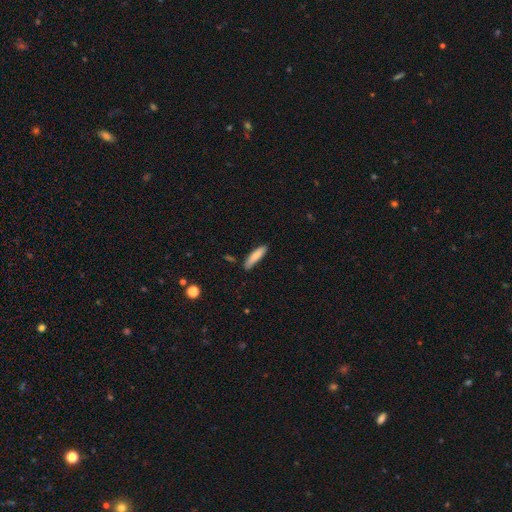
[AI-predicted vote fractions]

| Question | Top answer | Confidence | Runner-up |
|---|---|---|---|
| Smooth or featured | smooth | 81% | featured or disk (13%) |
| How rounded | cigar-shaped | 79% | in between (20%) |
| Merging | none | 82% | minor disturbance (13%) |